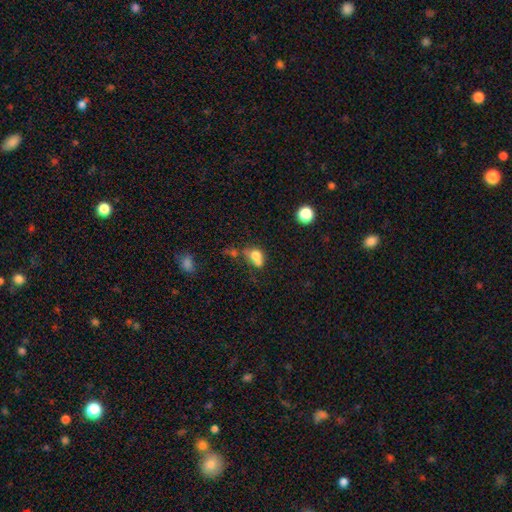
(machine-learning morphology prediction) smooth 72%, featured or disk 16%, star or artifact 13%. Down the decision tree: how rounded — round (54%); merging — merger (44%).